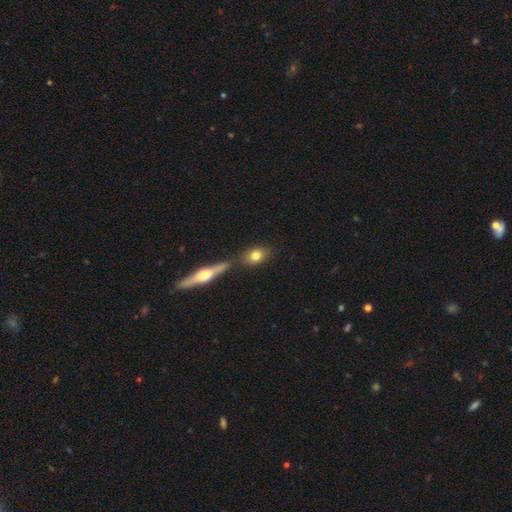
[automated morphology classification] Smooth or featured: smooth — 75% (featured or disk — 18%)
How rounded: in between — 65% (round — 28%)
Merging: none — 67% (merger — 18%)